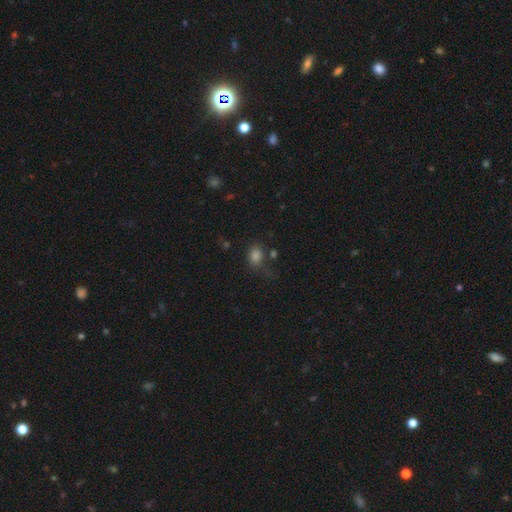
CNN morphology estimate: Smooth or featured: smooth — 77% (star or artifact — 17%)
How rounded: in between — 63% (round — 35%)
Merging: none — 60% (minor disturbance — 19%)